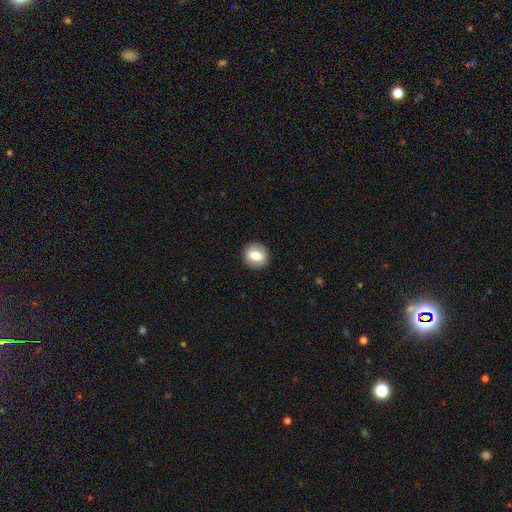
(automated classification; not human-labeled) A smooth galaxy with no disk features (72%) that is round (79%).

Vote fractions:
- Smooth or featured? smooth: 72% / featured or disk: 20% / star or artifact: 8%
- How rounded? round: 79% / in between: 20% / cigar-shaped: 1%
- Merging? none: 90% / minor disturbance: 7% / major disturbance: 2% / merger: 1%